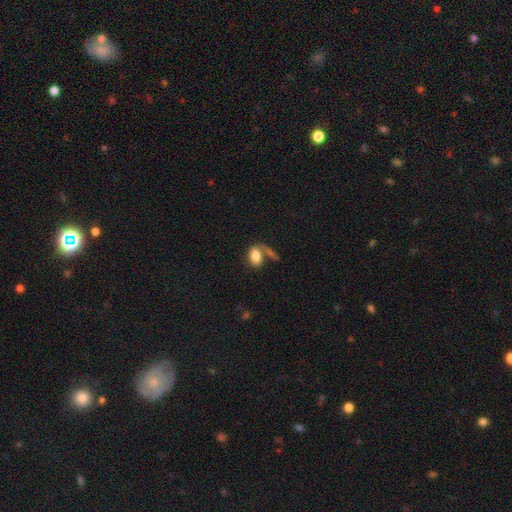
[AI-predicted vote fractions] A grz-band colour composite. It shows a smooth galaxy with no disk features (80%) that is in between round and cigar-shaped (83%). Merging: none (45%).